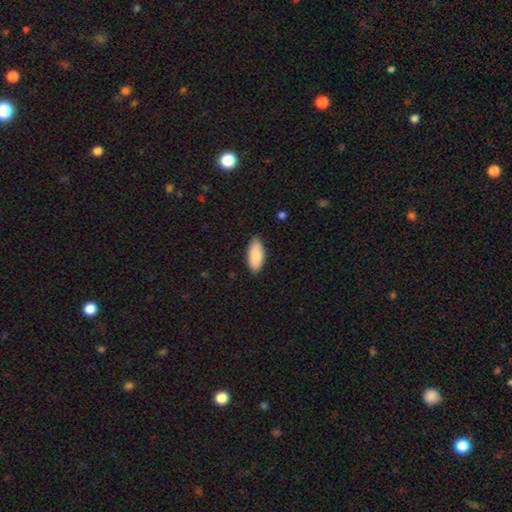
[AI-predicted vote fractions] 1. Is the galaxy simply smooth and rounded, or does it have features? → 88% smooth, 7% featured or disk, 5% star or artifact.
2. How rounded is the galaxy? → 86% in between, 12% cigar-shaped, 2% round.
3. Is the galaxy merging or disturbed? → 85% none, 12% minor disturbance, 2% major disturbance, 1% merger.